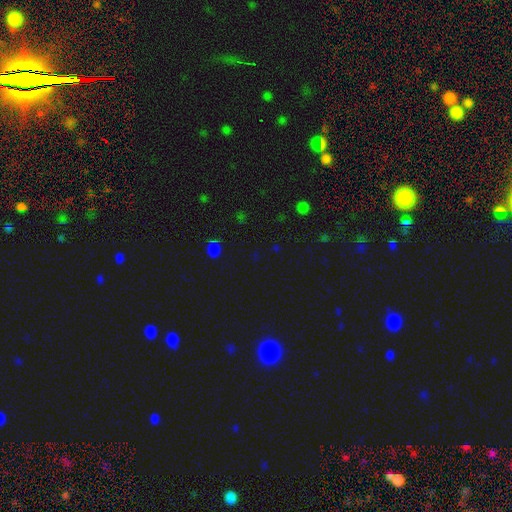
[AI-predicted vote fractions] Smooth or featured: star or artifact — 62% (smooth — 31%)